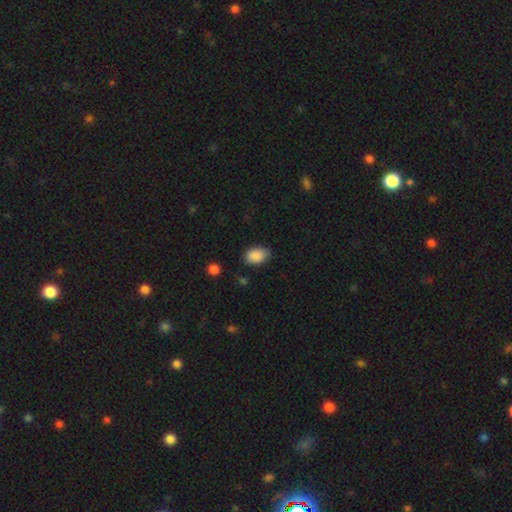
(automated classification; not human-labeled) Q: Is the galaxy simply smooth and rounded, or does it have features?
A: smooth — 89%.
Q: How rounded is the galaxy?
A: in between — 86%.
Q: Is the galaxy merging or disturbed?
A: none — 77%.